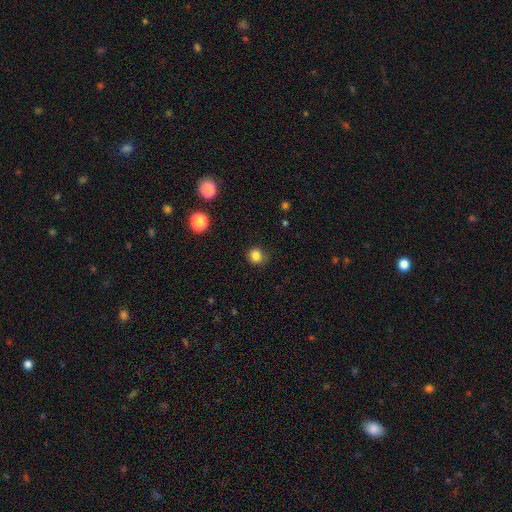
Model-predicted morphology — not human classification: Smooth or featured?
  - smooth: 83% *
  - star or artifact: 12%
  - featured or disk: 4%
How rounded?
  - round: 87% *
  - in between: 12%
  - cigar-shaped: 1%
Merging?
  - none: 81% *
  - minor disturbance: 14%
  - major disturbance: 4%
  - merger: 1%